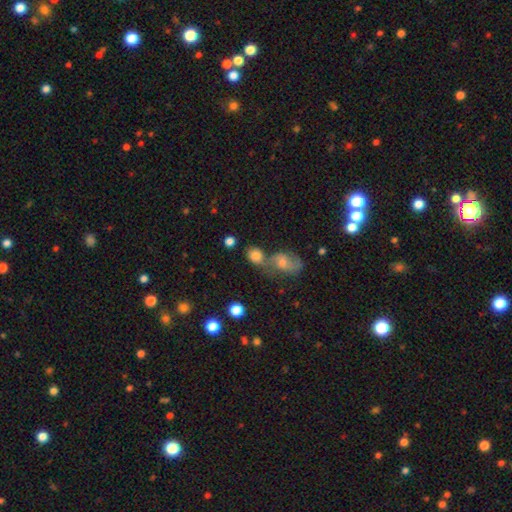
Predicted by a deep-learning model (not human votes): This is likely a smooth galaxy (78%). How rounded: possibly round (55%). Merging: marginally merger (45%).